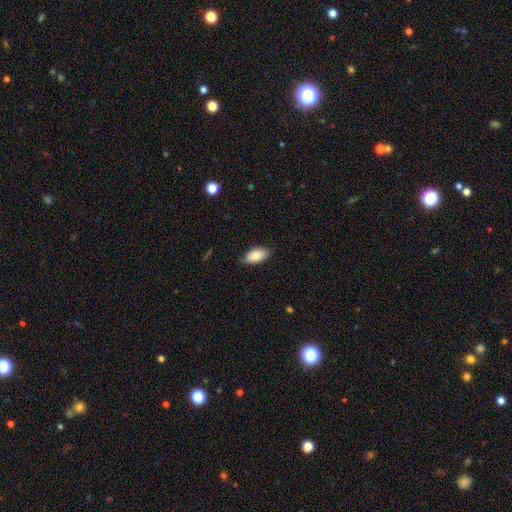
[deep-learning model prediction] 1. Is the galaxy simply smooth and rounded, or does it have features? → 87% smooth, 7% featured or disk, 6% star or artifact.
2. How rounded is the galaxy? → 94% in between, 3% cigar-shaped, 3% round.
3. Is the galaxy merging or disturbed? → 83% none, 13% minor disturbance, 2% major disturbance, 1% merger.